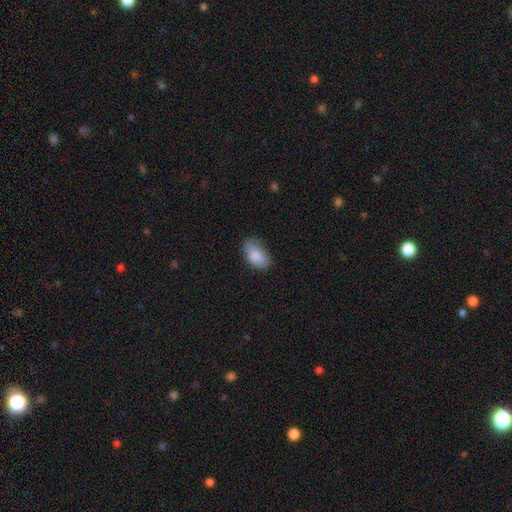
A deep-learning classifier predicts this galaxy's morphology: Q: Smooth or featured?
A: smooth (85%); runner-up: featured or disk (8%)
Q: How rounded?
A: in between (93%); runner-up: round (5%)
Q: Merging?
A: none (59%); runner-up: minor disturbance (31%)